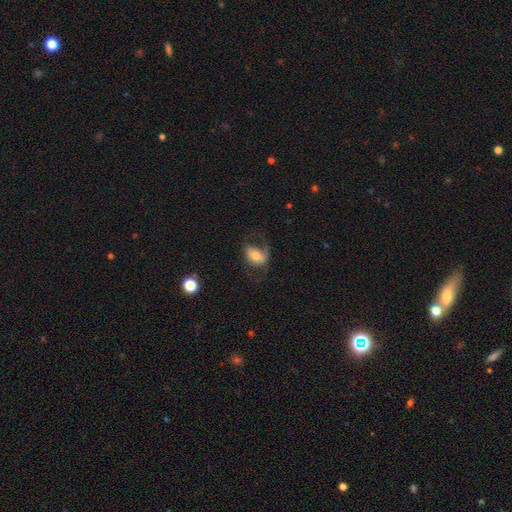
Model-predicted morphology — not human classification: smooth-or-featured: smooth: 49% | featured or disk: 43% | star or artifact: 8%
  merging: none: 48% | major disturbance: 28% | minor disturbance: 22% | merger: 2%